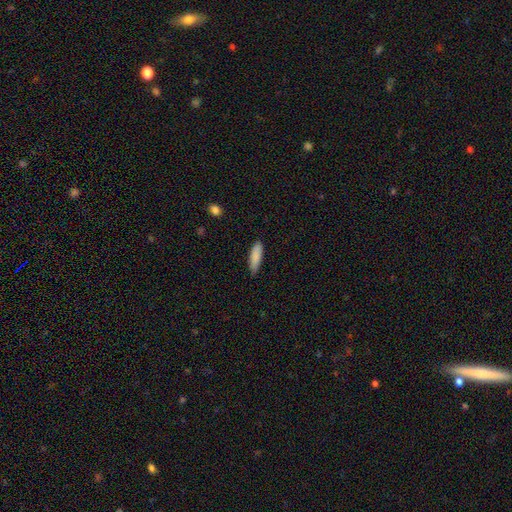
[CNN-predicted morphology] Overall: smooth (86%). How rounded: cigar-shaped (54%; in between 45%). Merging: none (79%).